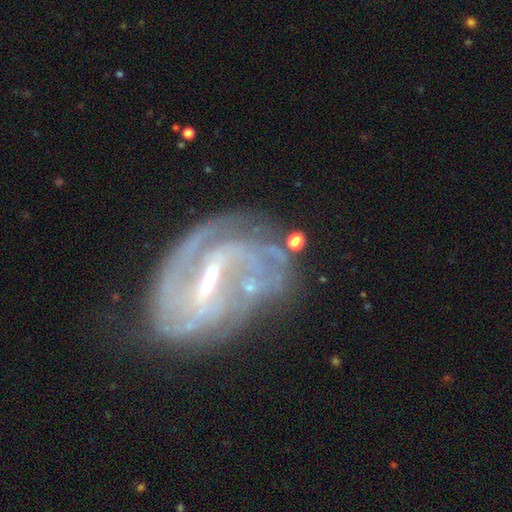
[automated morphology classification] Smooth or featured? featured or disk (84%)
Edge-on disk? no (96%)
Bar? strong (51%)
Spiral arms? yes (89%)
Spiral winding? tight (43%)
Spiral arm count? 2 (42%)
Bulge size? small (56%)
Merging? none (50%)